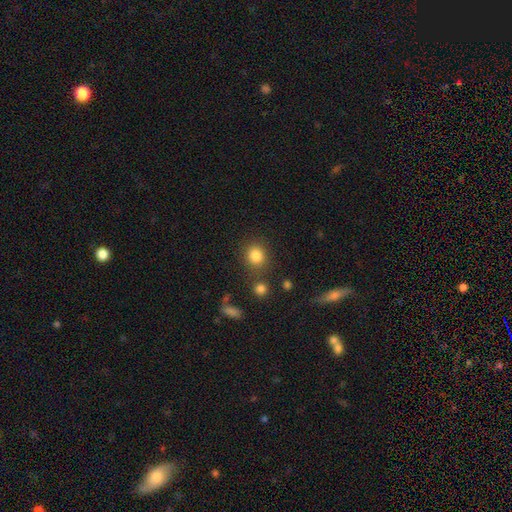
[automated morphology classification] Smooth or featured?
  - smooth: 84% *
  - star or artifact: 11%
  - featured or disk: 5%
How rounded?
  - round: 80% *
  - in between: 19%
  - cigar-shaped: 1%
Merging?
  - none: 78% *
  - minor disturbance: 10%
  - merger: 8%
  - major disturbance: 5%